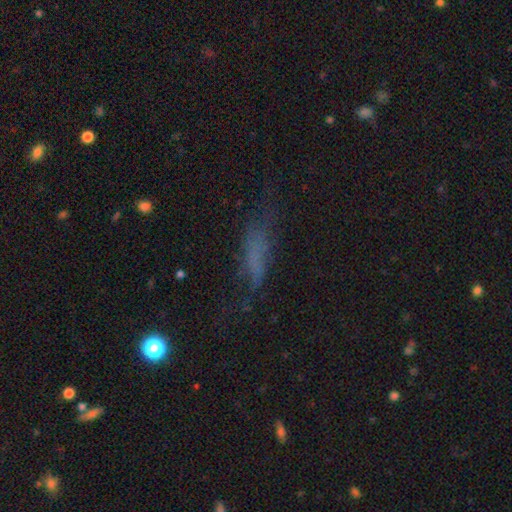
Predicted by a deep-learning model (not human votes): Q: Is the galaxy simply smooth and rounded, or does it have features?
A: smooth — 52%.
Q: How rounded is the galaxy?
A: cigar-shaped — 52%.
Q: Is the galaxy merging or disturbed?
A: none — 43%.